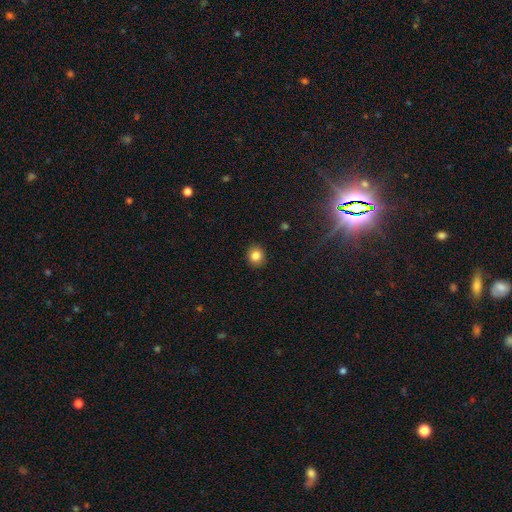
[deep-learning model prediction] The model was most divided on "how rounded": round: 80%, in between: 19%, cigar-shaped: 1%. More confident: merging — none (90%); smooth or featured — smooth (84%).